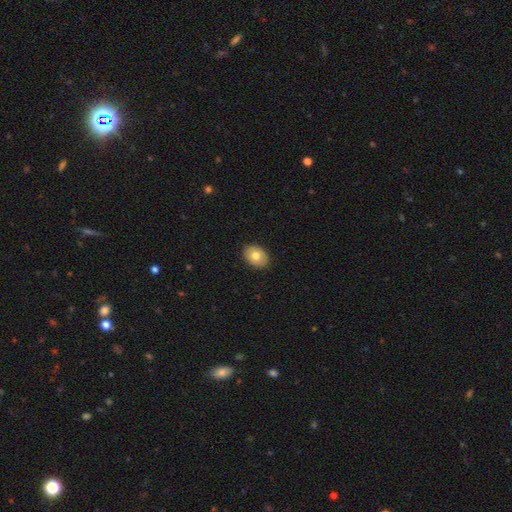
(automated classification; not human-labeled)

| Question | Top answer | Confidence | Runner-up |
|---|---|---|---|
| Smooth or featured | smooth | 78% | featured or disk (15%) |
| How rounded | in between | 75% | round (24%) |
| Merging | none | 90% | minor disturbance (8%) |